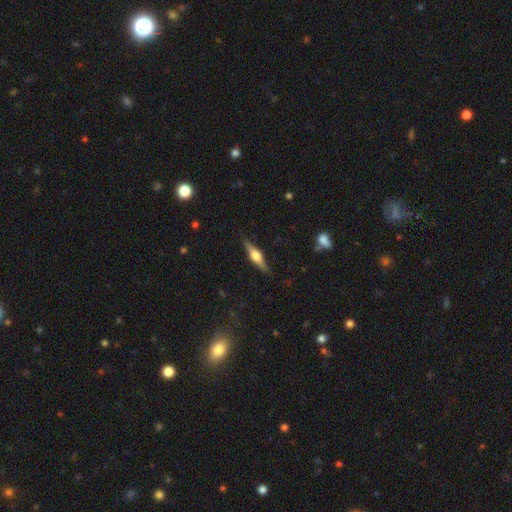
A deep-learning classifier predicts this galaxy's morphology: featured or disk 64%, smooth 30%, star or artifact 6%. Down the decision tree: edge-on disk — yes (96%); edge-on bulge — rounded (92%); merging — none (87%).